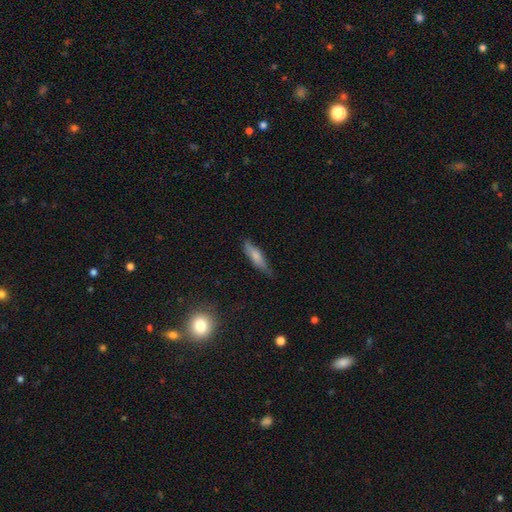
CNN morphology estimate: Smooth or featured: smooth — 71% (featured or disk — 22%)
How rounded: cigar-shaped — 59% (in between — 39%)
Merging: none — 65% (minor disturbance — 28%)